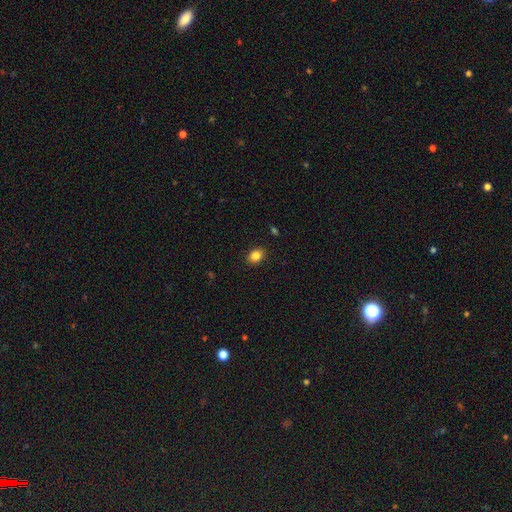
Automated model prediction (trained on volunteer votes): Smooth or featured? smooth (85%)
How rounded? in between (61%)
Merging? none (90%)